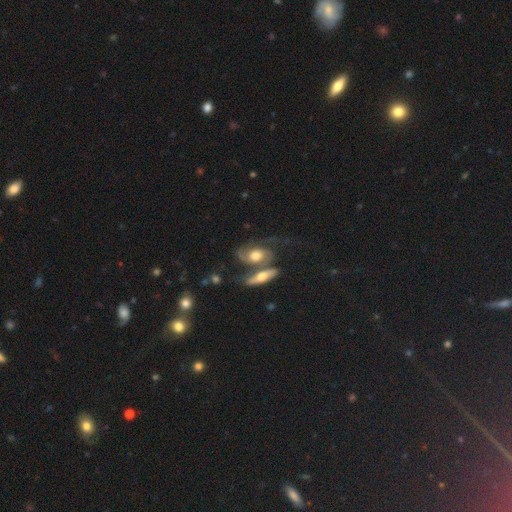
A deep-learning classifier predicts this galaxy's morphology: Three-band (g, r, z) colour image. It shows a featured or disk galaxy (74%) with no bar (71%), 2 (76%) medium (46%) spiral arms (91%) and a moderate central bulge (57%). Merging: merger (42%).